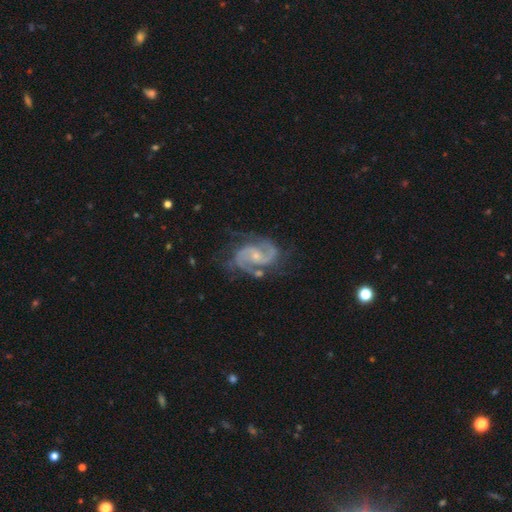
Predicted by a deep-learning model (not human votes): smooth-or-featured: featured or disk: 91% | star or artifact: 5% | smooth: 4%
  disk-edge-on: no: 98% | yes: 2%
    bar: no: 51% | weak: 38% | strong: 10%
    has-spiral-arms: yes: 98% | no: 2%
      spiral-winding: medium: 59% | tight: 27% | loose: 14%
      spiral-arm-count: 2: 89% | 3: 4% | can't tell: 3% | 1: 1% | 4: 1% | more than 4: 1%
    bulge-size: small: 65% | moderate: 30% | none: 3% | large: 1% | dominant: 1%
  merging: none: 68% | minor disturbance: 20% | major disturbance: 9% | merger: 3%